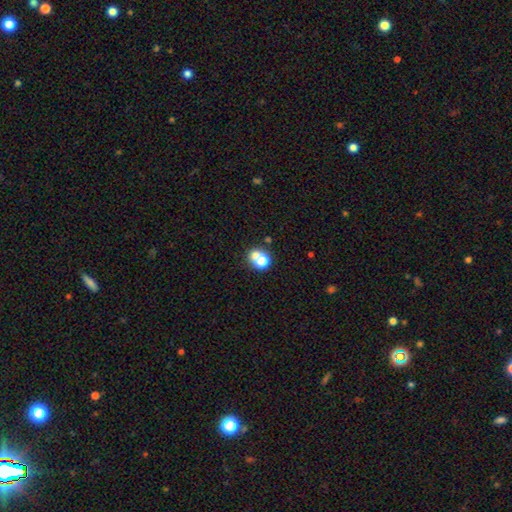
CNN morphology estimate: This appears to be a smooth galaxy with no disk features (64%) that is round (78%). Merging: none (47%).